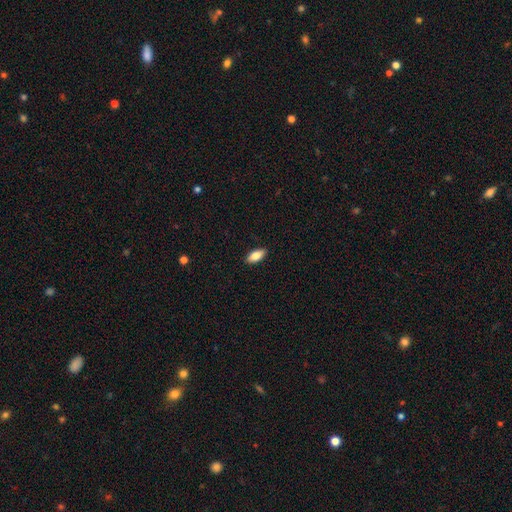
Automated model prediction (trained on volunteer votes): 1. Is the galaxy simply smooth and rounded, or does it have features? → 82% smooth, 11% featured or disk, 6% star or artifact.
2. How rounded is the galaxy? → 86% in between, 12% cigar-shaped, 2% round.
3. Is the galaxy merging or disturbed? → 89% none, 8% minor disturbance, 2% major disturbance, 1% merger.